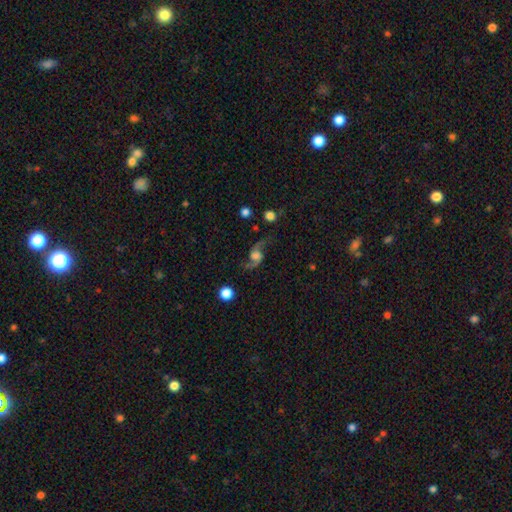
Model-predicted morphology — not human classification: A featured or disk galaxy (85%) with no bar (56%), 2 (94%) loose (86%) spiral arms (97%) and a moderate central bulge (33%). Merging: none (73%).